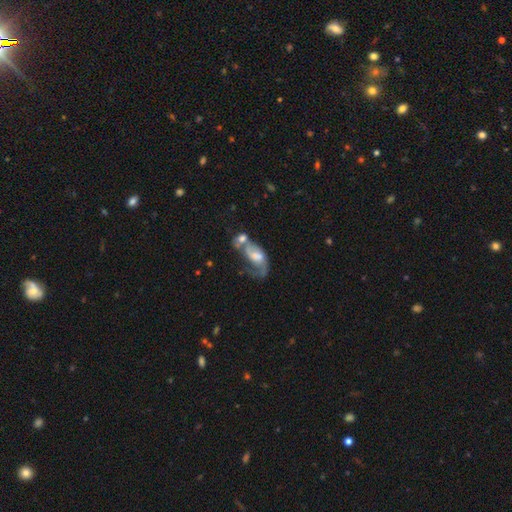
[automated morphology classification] The model was most divided on "bar": no: 53%, weak: 37%, strong: 10%. Remaining: edge-on disk — no (94%); spiral arms — yes (74%); smooth or featured — featured or disk (58%); merging — merger (46%); bulge size — moderate (43%).